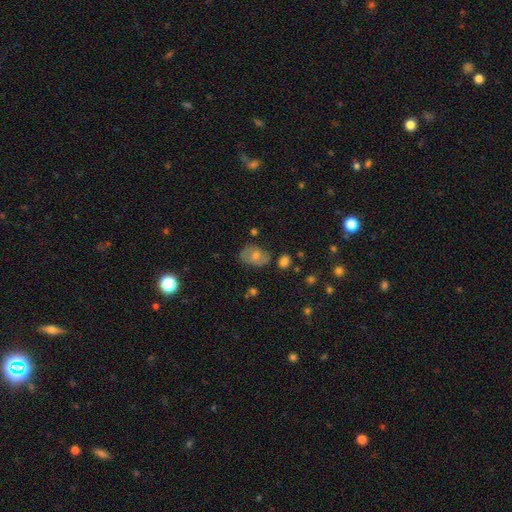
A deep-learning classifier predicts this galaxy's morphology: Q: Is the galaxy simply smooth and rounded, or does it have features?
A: smooth — 50%.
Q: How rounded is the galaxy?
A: in between — 68%.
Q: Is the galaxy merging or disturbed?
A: none — 66%.